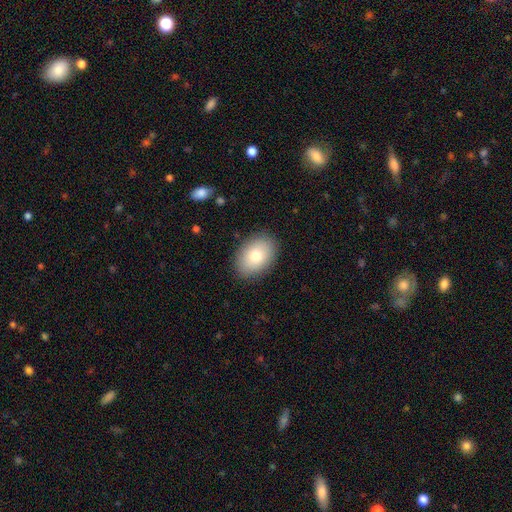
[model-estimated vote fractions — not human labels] Overall: smooth (79%). How rounded: in between (83%). Merging: none (88%).